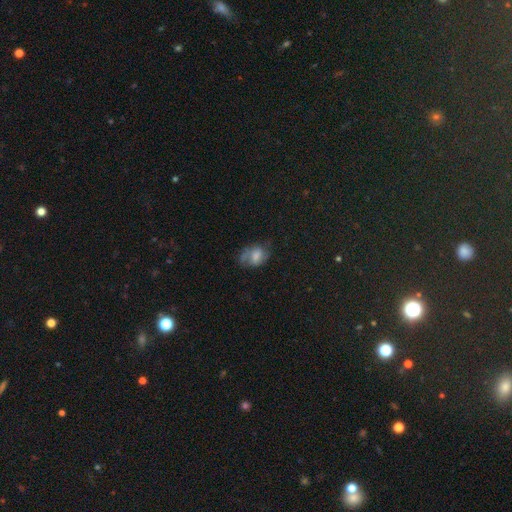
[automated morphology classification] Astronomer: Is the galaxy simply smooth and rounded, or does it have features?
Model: smooth — 51% (runner-up: featured or disk, 39%).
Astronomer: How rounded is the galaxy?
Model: in between — 77%.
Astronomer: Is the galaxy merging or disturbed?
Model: none — 45% (runner-up: minor disturbance, 29%).